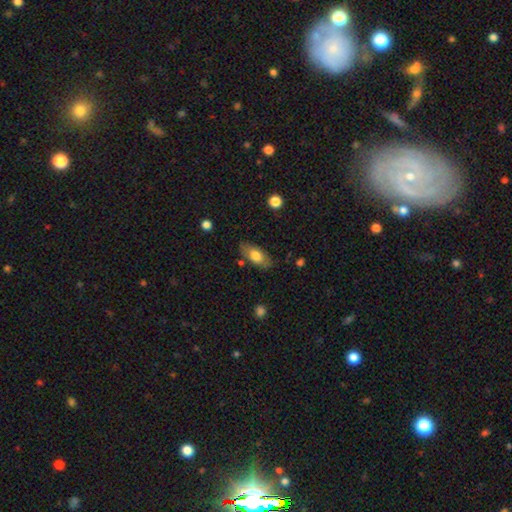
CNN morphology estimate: This appears to be a smooth galaxy with no disk features (72%) that is in between round and cigar-shaped (88%). Merging: none (78%).